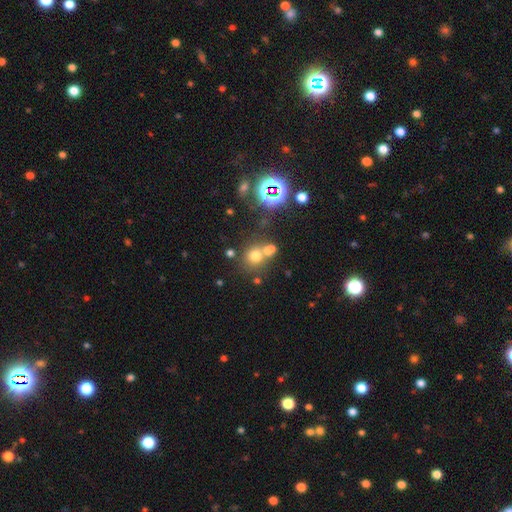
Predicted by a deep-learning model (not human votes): This appears to be a smooth galaxy with no disk features (66%) that is round (84%). Merging: none (52%).